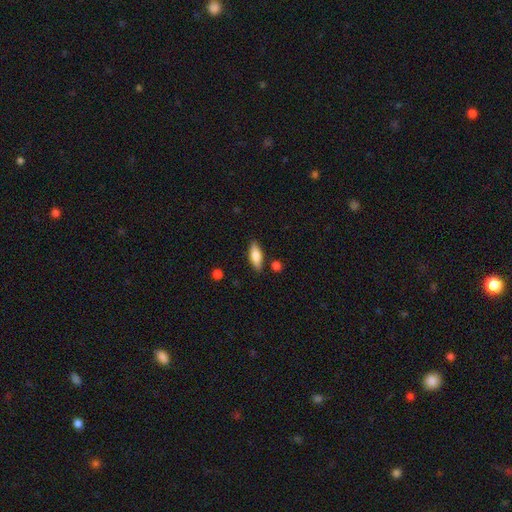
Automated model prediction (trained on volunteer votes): smooth_or_featured: smooth (p=0.75) [alt: featured or disk p=0.19]
how_rounded: in between (p=0.66) [alt: cigar-shaped p=0.31]
merging: none (p=0.84) [alt: minor disturbance p=0.10]